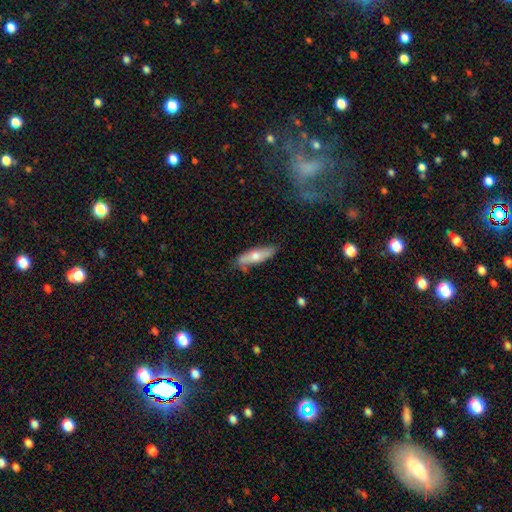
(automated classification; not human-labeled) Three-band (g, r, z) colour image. It shows a smooth galaxy with no disk features (55%) that is cigar-shaped (64%). Merging: none (79%).